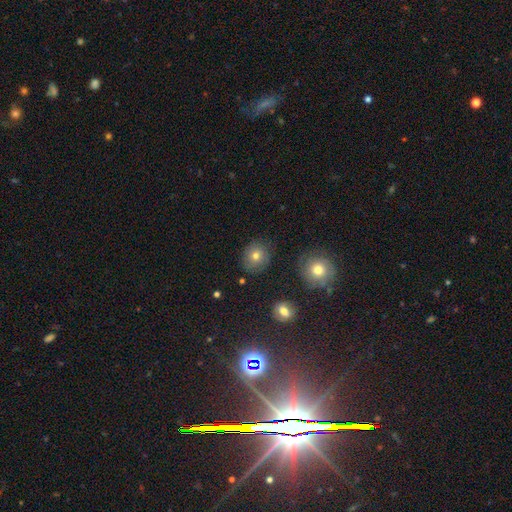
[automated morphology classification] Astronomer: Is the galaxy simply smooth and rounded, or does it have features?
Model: smooth — 73%.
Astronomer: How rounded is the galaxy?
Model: round — 76%.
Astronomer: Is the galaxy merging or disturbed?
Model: none — 82%.